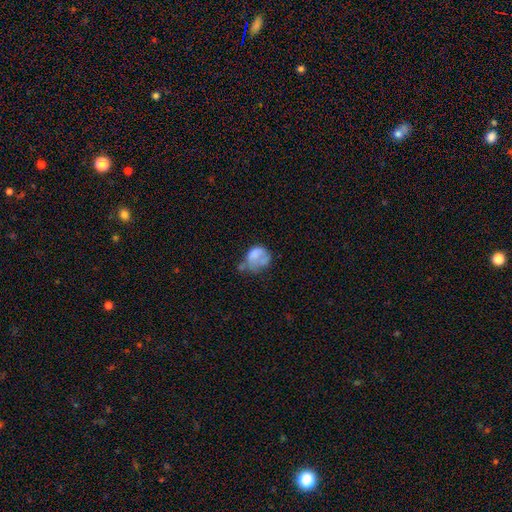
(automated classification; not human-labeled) A smooth galaxy with no disk features (58%) that is in between round and cigar-shaped (50%).

Vote fractions:
- Smooth or featured? smooth: 58% / featured or disk: 32% / star or artifact: 11%
- How rounded? in between: 50% / round: 49% / cigar-shaped: 1%
- Merging? major disturbance: 34% / minor disturbance: 28% / none: 25% / merger: 14%